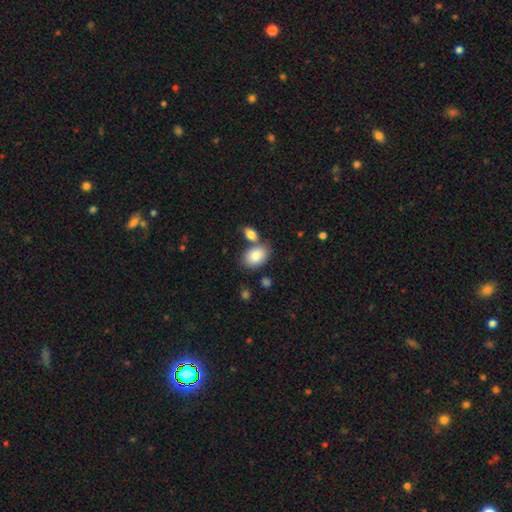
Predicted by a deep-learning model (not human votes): smooth-or-featured: smooth: 83% | featured or disk: 10% | star or artifact: 7%
  how-rounded: in between: 85% | round: 14% | cigar-shaped: 1%
  merging: none: 56% | merger: 29% | minor disturbance: 12% | major disturbance: 4%